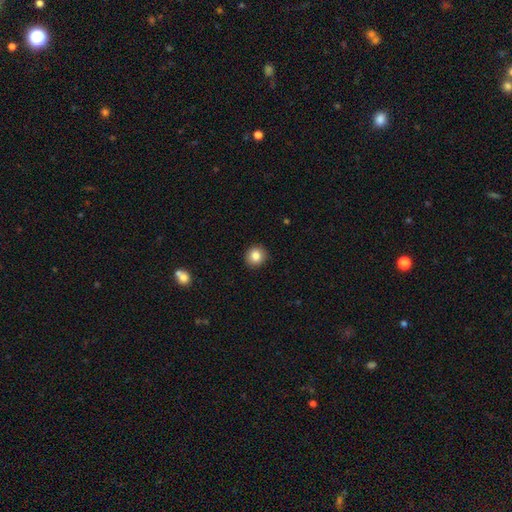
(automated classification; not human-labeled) The model was most divided on "smooth or featured": smooth: 85%, star or artifact: 10%, featured or disk: 6%. More confident: merging — none (91%); how rounded — round (88%).